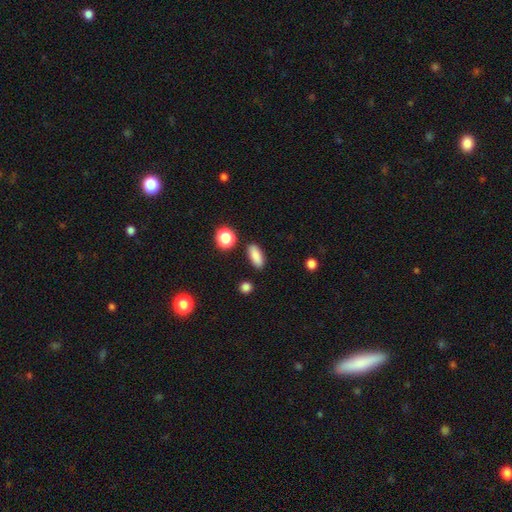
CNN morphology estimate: smooth 87%, star or artifact 8%, featured or disk 5%. Down the decision tree: how rounded — in between (78%); merging — none (88%).